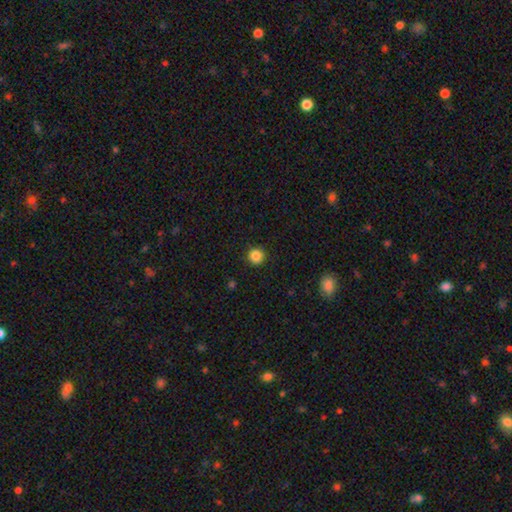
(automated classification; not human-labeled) smooth-or-featured: smooth: 86% | star or artifact: 11% | featured or disk: 3%
  how-rounded: round: 95% | in between: 4% | cigar-shaped: 1%
  merging: none: 92% | minor disturbance: 5% | major disturbance: 2% | merger: 1%